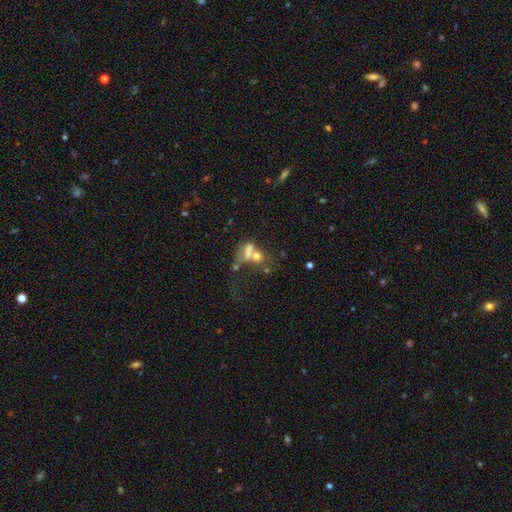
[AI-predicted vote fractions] Smooth or featured? Predicted: smooth (p=0.44). Merging? Predicted: merger (p=0.48).